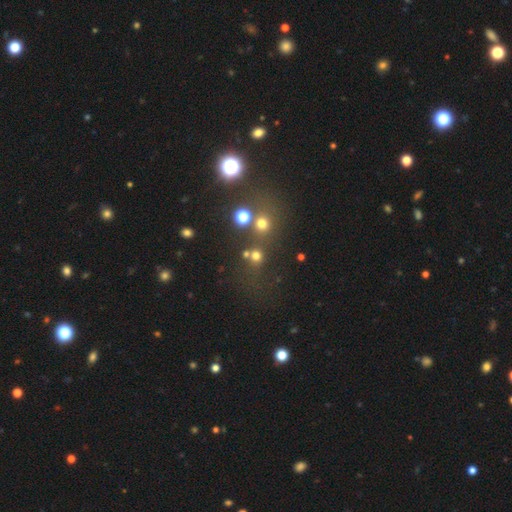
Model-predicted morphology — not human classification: This appears to be a smooth galaxy with no disk features (67%) that is round (88%). Merging: none (65%).